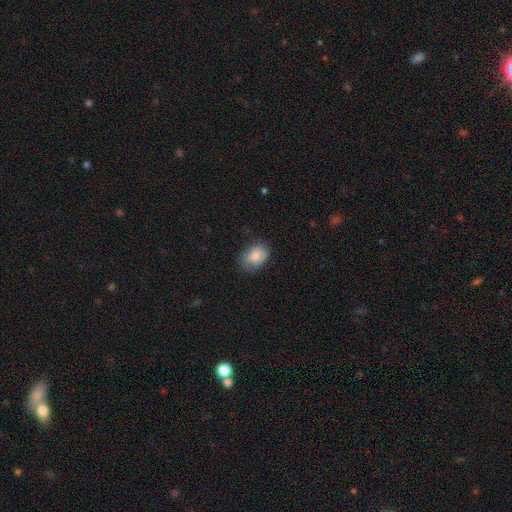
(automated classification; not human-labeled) Morphology: type=smooth (82%); roundness=in between (75%); merging=none (65%).